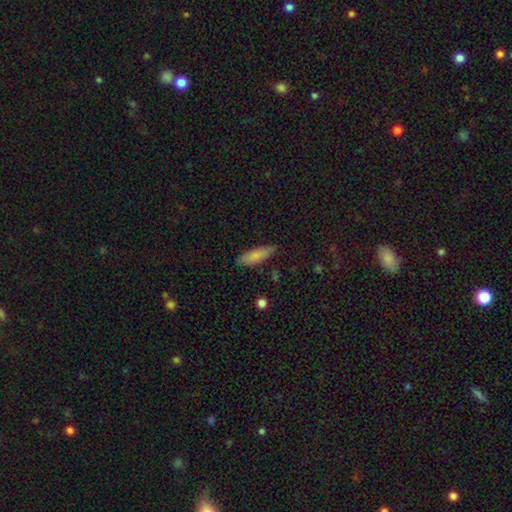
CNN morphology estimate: A smooth galaxy with no disk features (83%) that is in between round and cigar-shaped (56%).

Vote fractions:
- Smooth or featured? smooth: 83% / featured or disk: 11% / star or artifact: 7%
- How rounded? in between: 56% / cigar-shaped: 42% / round: 2%
- Merging? none: 78% / minor disturbance: 18% / major disturbance: 3% / merger: 1%